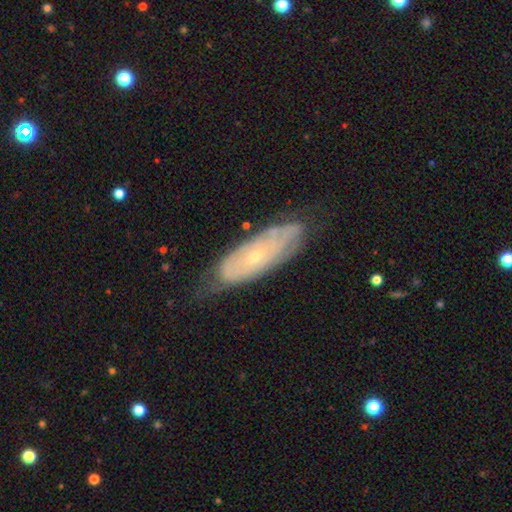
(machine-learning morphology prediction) This appears to be a featured or disk galaxy (68%) with no bar (80%), spiral arms (71%) and a small central bulge (76%). Merging: none (65%).